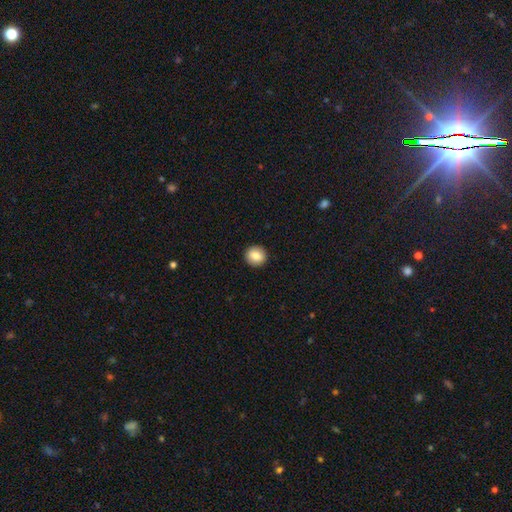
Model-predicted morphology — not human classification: Smooth or featured? smooth (84%)
How rounded? round (91%)
Merging? none (93%)